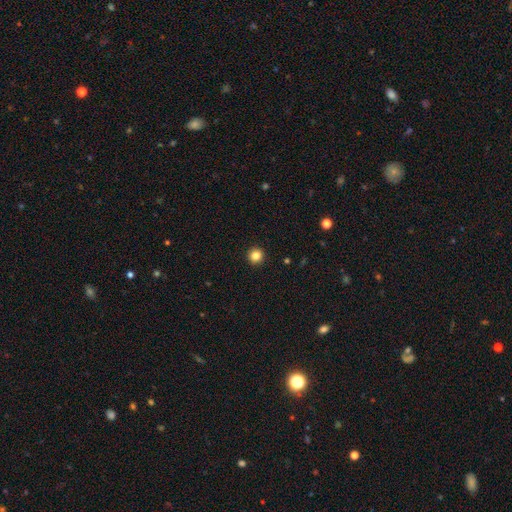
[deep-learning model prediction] Q: Smooth or featured?
A: smooth (85%); runner-up: star or artifact (11%)
Q: How rounded?
A: round (95%); runner-up: in between (4%)
Q: Merging?
A: none (94%); runner-up: minor disturbance (4%)